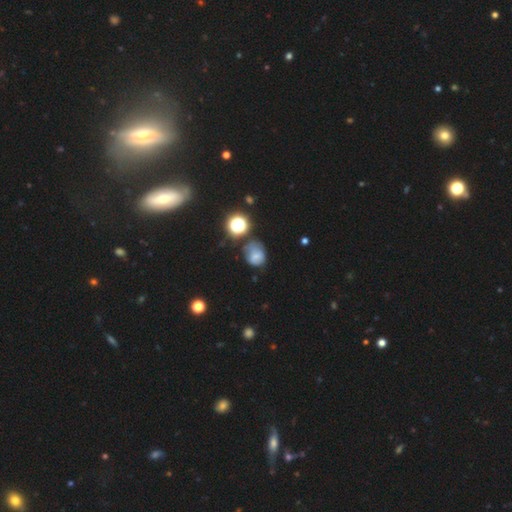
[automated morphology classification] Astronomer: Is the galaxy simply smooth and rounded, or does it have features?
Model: smooth — 61%.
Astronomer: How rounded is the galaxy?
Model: round — 61% (runner-up: in between, 38%).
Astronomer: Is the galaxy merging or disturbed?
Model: none — 49% (runner-up: minor disturbance, 29%).